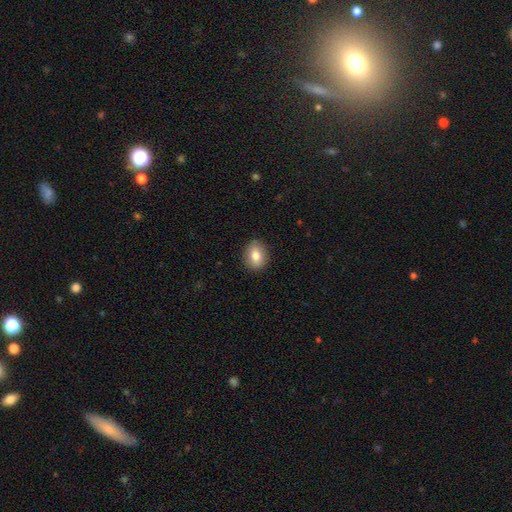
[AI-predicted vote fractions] smooth-or-featured: smooth: 80% | featured or disk: 12% | star or artifact: 8%
  how-rounded: in between: 56% | round: 43% | cigar-shaped: 1%
  merging: none: 89% | minor disturbance: 8% | major disturbance: 2% | merger: 1%